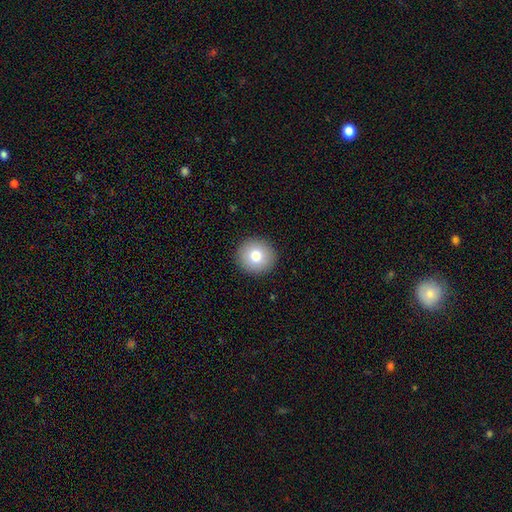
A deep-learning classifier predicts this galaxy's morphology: smooth_or_featured: smooth (p=0.79) [alt: featured or disk p=0.11]
how_rounded: round (p=0.93) [alt: in between p=0.07]
merging: none (p=0.93) [alt: minor disturbance p=0.05]